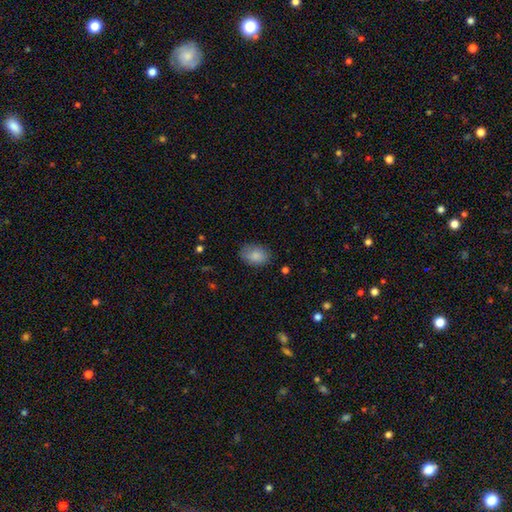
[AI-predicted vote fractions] Morphology: type=smooth (86%); roundness=in between (81%); merging=none (79%).